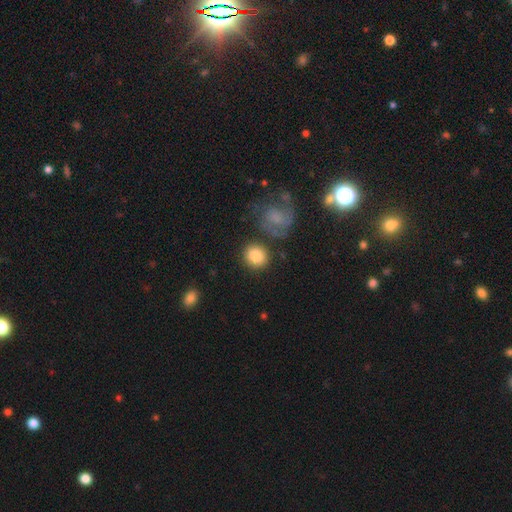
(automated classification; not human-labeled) Smooth or featured? smooth (87%)
How rounded? round (79%)
Merging? none (78%)